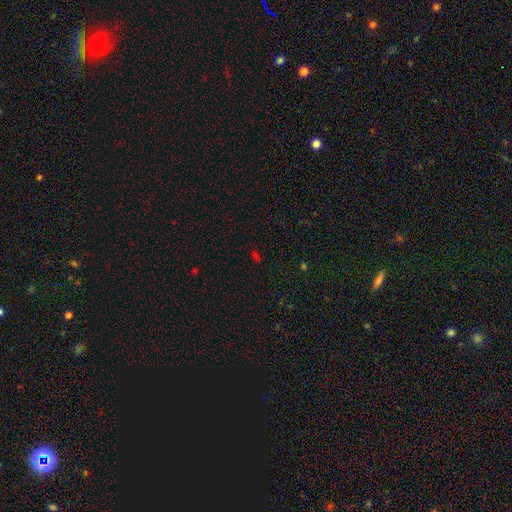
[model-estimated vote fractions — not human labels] Smooth or featured?
  - star or artifact: 51% *
  - smooth: 42%
  - featured or disk: 8%